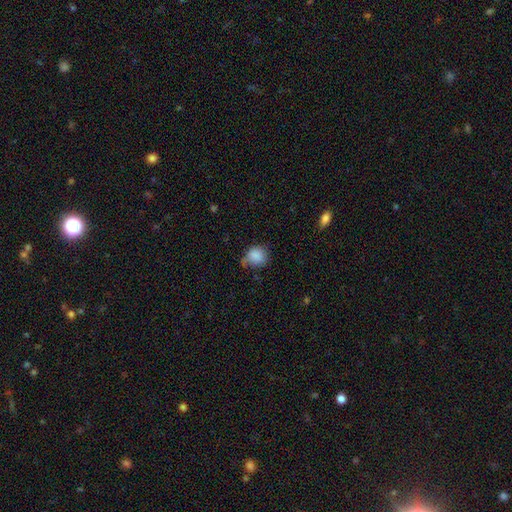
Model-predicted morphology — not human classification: smooth-or-featured: smooth: 84% | star or artifact: 9% | featured or disk: 7%
  how-rounded: round: 71% | in between: 28% | cigar-shaped: 1%
  merging: none: 49% | minor disturbance: 36% | major disturbance: 11% | merger: 4%